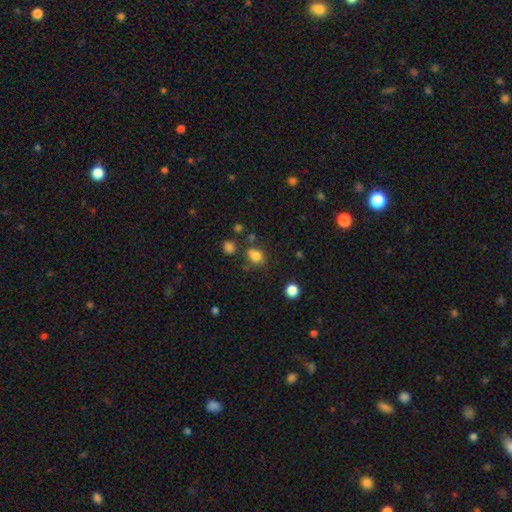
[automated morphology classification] This appears to be a smooth galaxy with no disk features (78%) that is in between round and cigar-shaped (53%). Merging: none (63%).